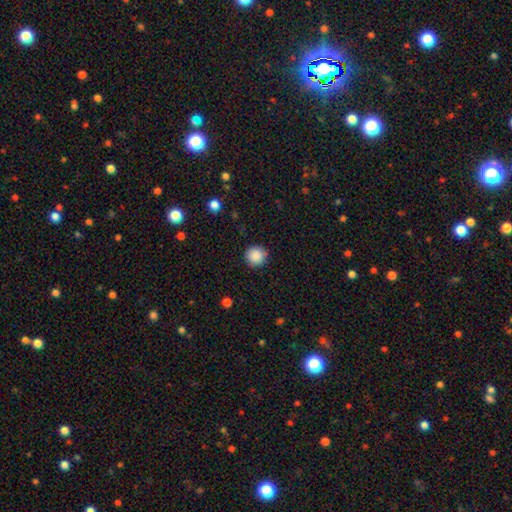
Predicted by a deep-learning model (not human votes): The model was most divided on "smooth or featured": smooth: 88%, star or artifact: 9%, featured or disk: 3%. More confident: how rounded — round (95%); merging — none (90%).